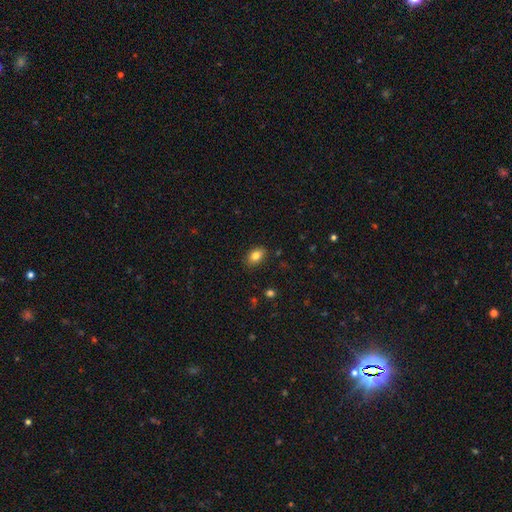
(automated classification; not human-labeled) A smooth galaxy with no disk features (83%) that is in between round and cigar-shaped (82%).

Vote fractions:
- Smooth or featured? smooth: 83% / star or artifact: 9% / featured or disk: 8%
- How rounded? in between: 82% / round: 16% / cigar-shaped: 1%
- Merging? none: 86% / minor disturbance: 10% / major disturbance: 2% / merger: 1%